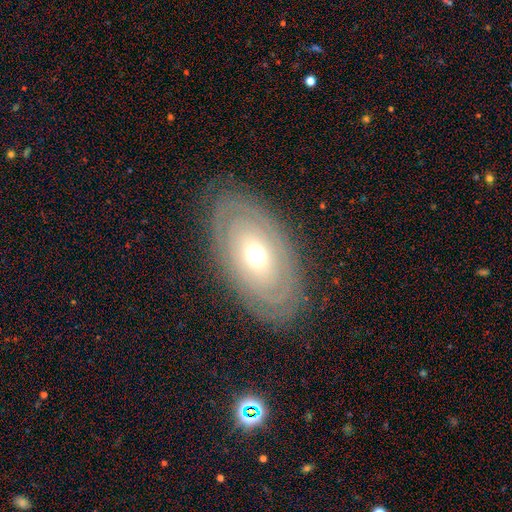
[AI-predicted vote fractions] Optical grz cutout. It shows a featured or disk galaxy (65%) with no bar (84%), spiral arms (51%) and a moderate central bulge (66%). Merging: none (82%).